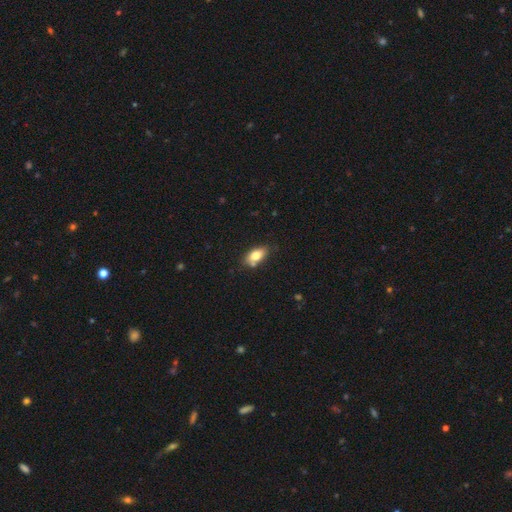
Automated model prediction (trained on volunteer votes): The model was most divided on "merging": none: 70%, minor disturbance: 18%, merger: 9%, major disturbance: 3%. More confident: how rounded — in between (89%); smooth or featured — smooth (77%).